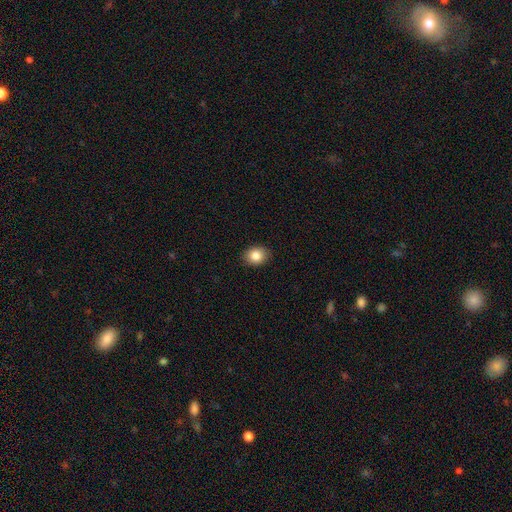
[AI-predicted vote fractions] Smooth or featured? Predicted: smooth (p=0.85). How rounded? Predicted: in between (p=0.52). Merging? Predicted: none (p=0.89).